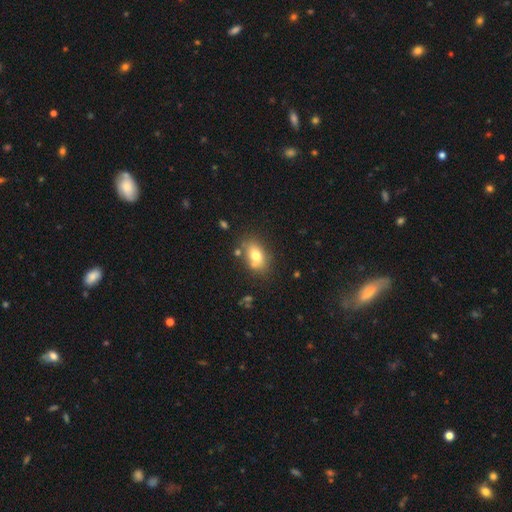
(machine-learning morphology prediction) This is likely a smooth galaxy (74%). How rounded: clearly in between (82%). Merging: likely none (68%).